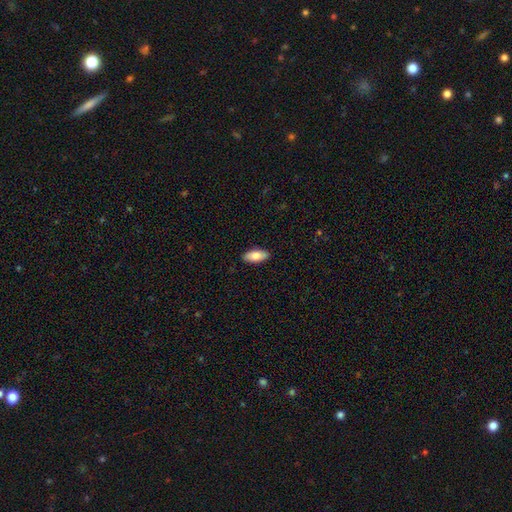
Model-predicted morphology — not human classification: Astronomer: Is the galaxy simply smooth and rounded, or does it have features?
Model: smooth — 83%.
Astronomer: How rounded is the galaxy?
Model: in between — 86%.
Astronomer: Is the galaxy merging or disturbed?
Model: none — 89%.